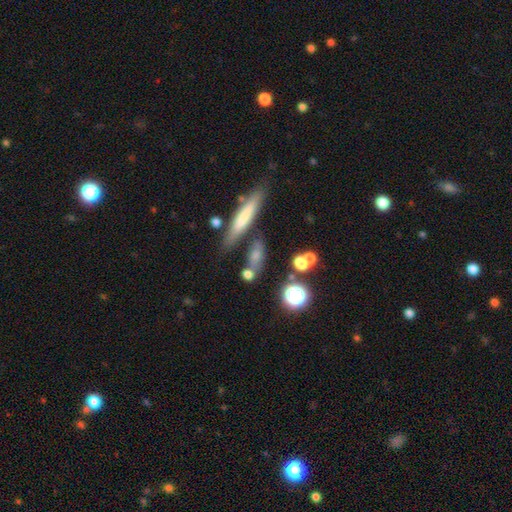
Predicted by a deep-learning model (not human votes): A smooth galaxy with no disk features (64%) that is cigar-shaped (43%, tied with in between). Merging: none (57%).